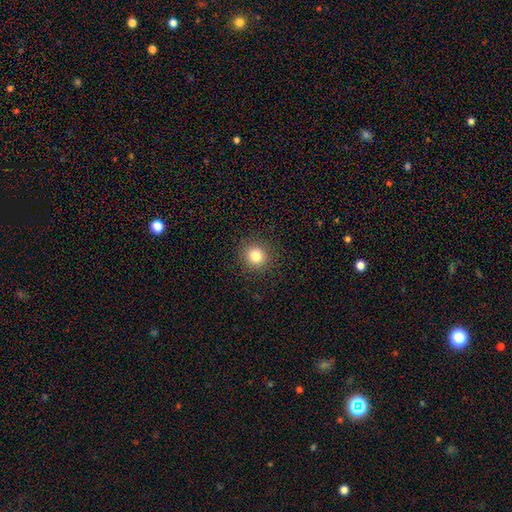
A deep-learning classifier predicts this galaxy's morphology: The model was most divided on "smooth or featured": smooth: 82%, star or artifact: 12%, featured or disk: 6%. More confident: how rounded — round (91%); merging — none (90%).